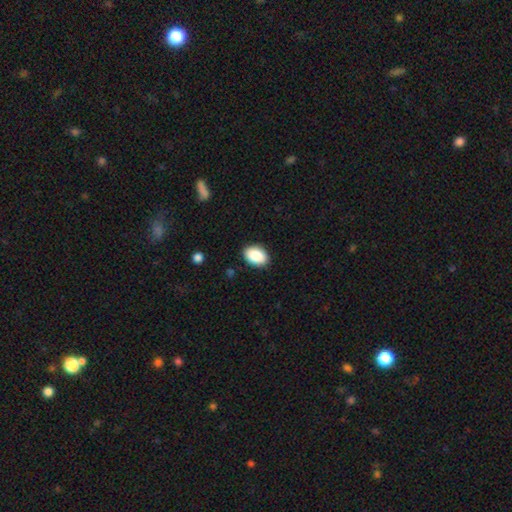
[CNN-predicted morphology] Smooth or featured: smooth — 89% (star or artifact — 7%)
How rounded: in between — 88% (round — 11%)
Merging: none — 88% (minor disturbance — 9%)